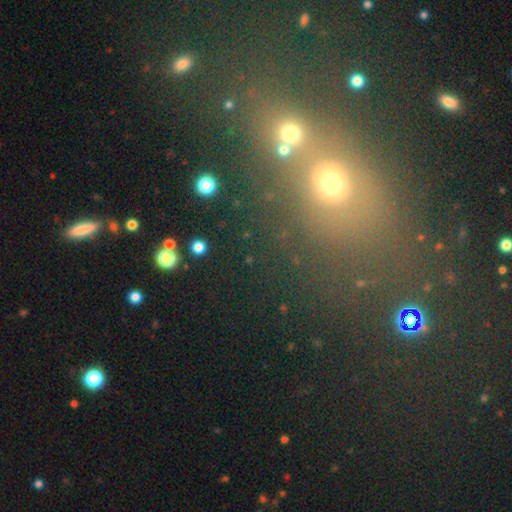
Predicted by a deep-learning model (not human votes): Smooth or featured?
  - star or artifact: 52% *
  - smooth: 36%
  - featured or disk: 13%